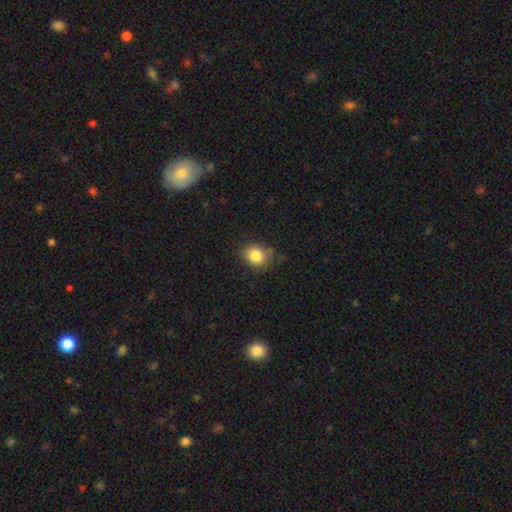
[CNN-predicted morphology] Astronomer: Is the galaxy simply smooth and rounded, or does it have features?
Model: smooth — 84%.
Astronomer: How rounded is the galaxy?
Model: round — 73%.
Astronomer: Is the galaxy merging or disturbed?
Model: none — 76%.